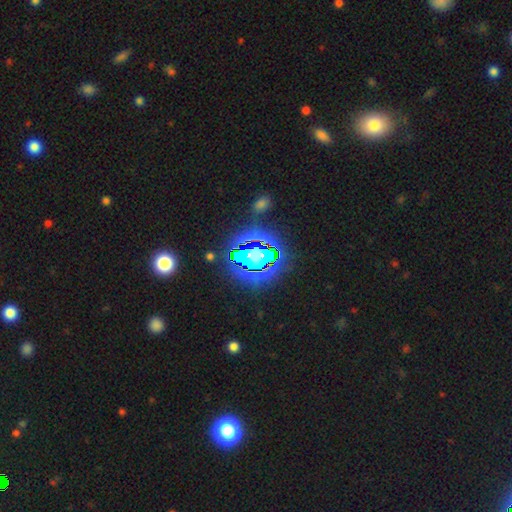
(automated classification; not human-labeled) smooth_or_featured: star or artifact (p=0.64) [alt: smooth p=0.20]